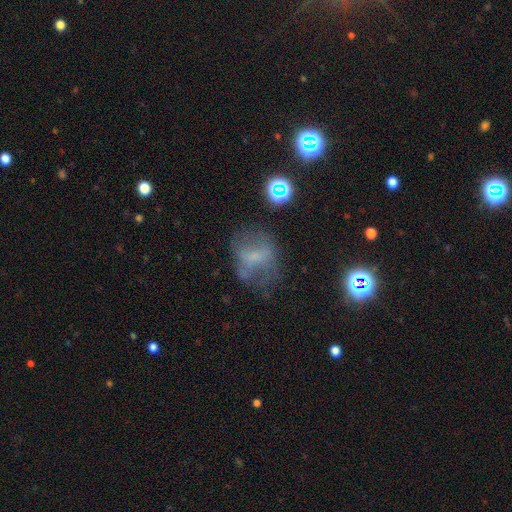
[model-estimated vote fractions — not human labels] Smooth or featured? Predicted: featured or disk (p=0.40). Merging? Predicted: none (p=0.49).